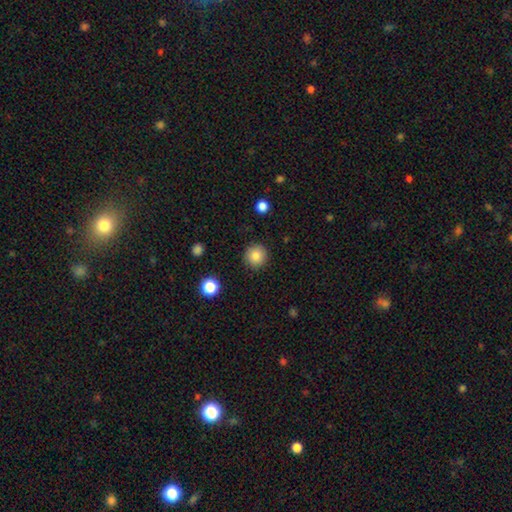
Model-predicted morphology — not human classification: This is clearly a smooth galaxy (84%). How rounded: clearly round (94%). Merging: clearly none (90%).